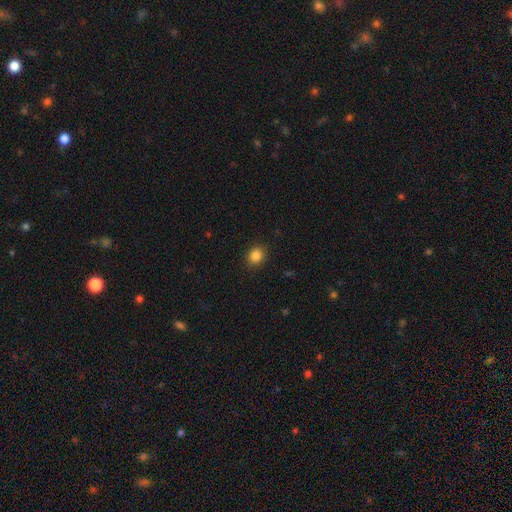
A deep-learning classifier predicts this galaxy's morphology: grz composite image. It shows a smooth galaxy with no disk features (86%) that is round (73%). Merging: none (90%).